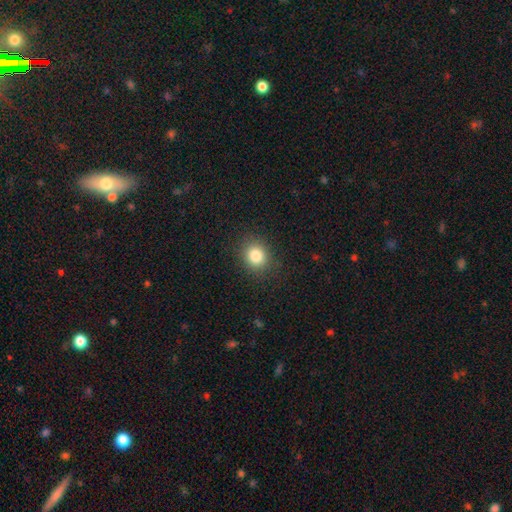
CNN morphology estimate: Smooth or featured: smooth — 83% (star or artifact — 11%)
How rounded: round — 74% (in between — 25%)
Merging: none — 88% (minor disturbance — 8%)